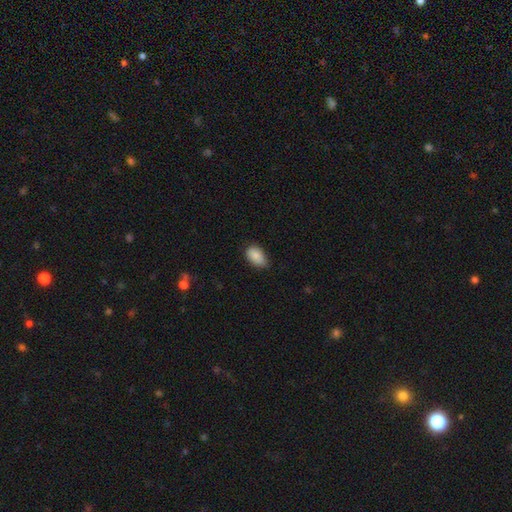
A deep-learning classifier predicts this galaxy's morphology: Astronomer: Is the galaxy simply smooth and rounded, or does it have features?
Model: smooth — 86%.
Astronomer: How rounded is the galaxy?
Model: in between — 91%.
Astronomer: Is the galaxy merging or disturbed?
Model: none — 65%.